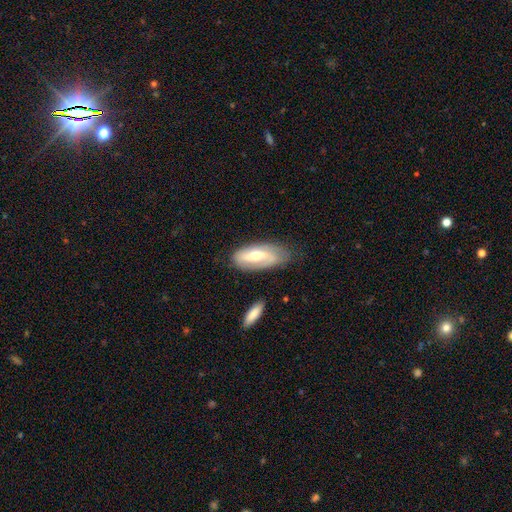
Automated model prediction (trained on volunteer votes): smooth-or-featured: featured or disk: 57% | smooth: 37% | star or artifact: 6%
  disk-edge-on: no: 85% | yes: 15%
  merging: none: 64% | minor disturbance: 25% | major disturbance: 7% | merger: 3%